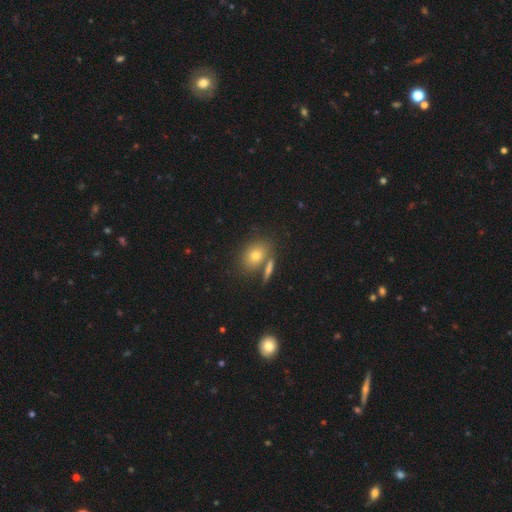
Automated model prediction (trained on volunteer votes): Smooth or featured?
  - smooth: 74% *
  - featured or disk: 14%
  - star or artifact: 12%
How rounded?
  - in between: 66% *
  - round: 31%
  - cigar-shaped: 3%
Merging?
  - none: 65% *
  - merger: 19%
  - minor disturbance: 11%
  - major disturbance: 4%